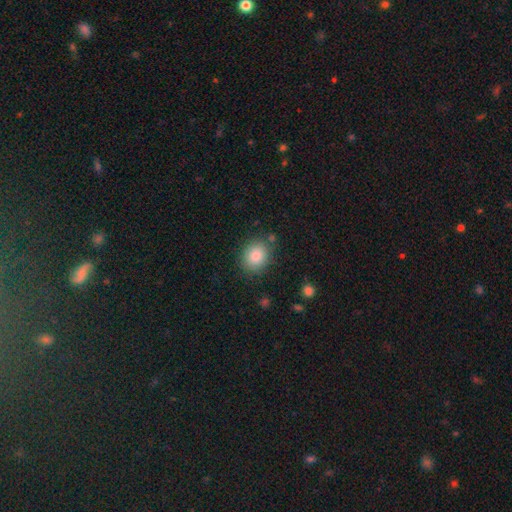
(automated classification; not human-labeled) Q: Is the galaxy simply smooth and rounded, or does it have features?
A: smooth — 85%.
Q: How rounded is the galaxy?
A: round — 57%.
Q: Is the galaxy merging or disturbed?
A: none — 82%.